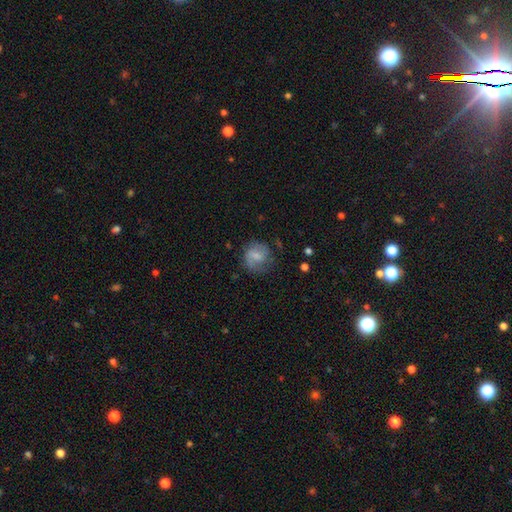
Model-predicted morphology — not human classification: Q: Smooth or featured?
A: smooth (51%); runner-up: featured or disk (41%)
Q: How rounded?
A: round (78%); runner-up: in between (21%)
Q: Merging?
A: none (63%); runner-up: minor disturbance (22%)